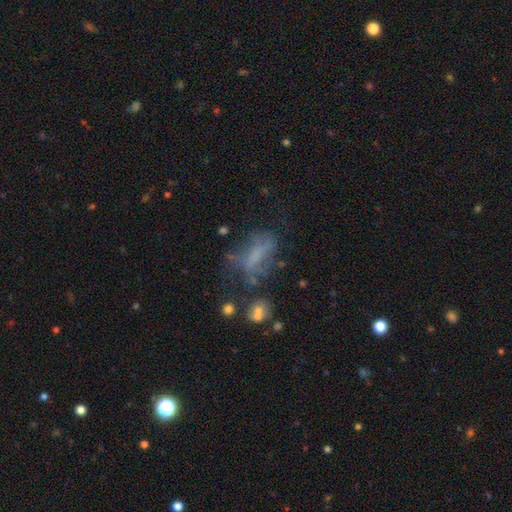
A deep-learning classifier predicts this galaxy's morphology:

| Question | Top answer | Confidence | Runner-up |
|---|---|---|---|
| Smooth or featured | smooth | 41% | featured or disk (40%) |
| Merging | none | 39% | major disturbance (30%) |